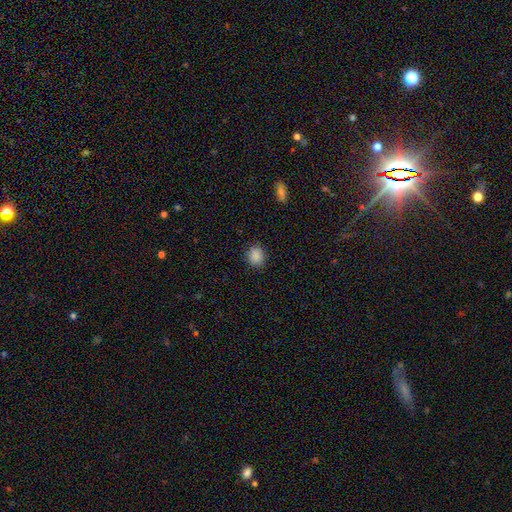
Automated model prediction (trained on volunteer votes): This is clearly a smooth galaxy (87%). How rounded: likely round (61%). Merging: clearly none (85%).